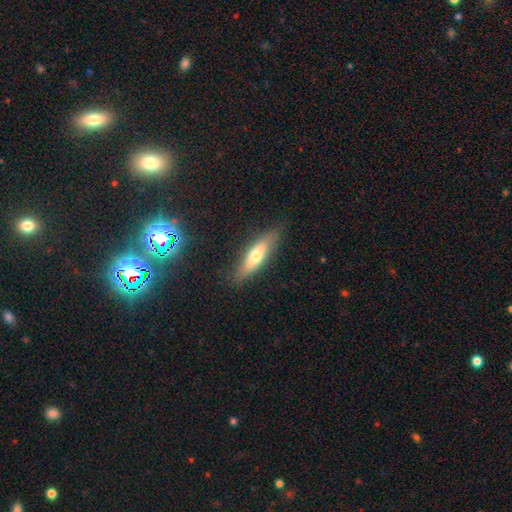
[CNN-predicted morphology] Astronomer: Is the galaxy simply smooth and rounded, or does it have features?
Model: smooth — 58% (runner-up: featured or disk, 36%).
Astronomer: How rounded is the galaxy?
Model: cigar-shaped — 56% (runner-up: in between, 42%).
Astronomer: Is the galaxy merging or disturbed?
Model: none — 83%.